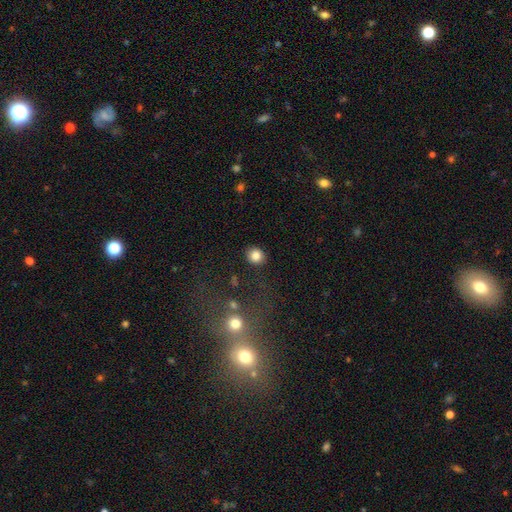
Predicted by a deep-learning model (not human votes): A smooth galaxy with no disk features (84%) that is round (84%). Merging: none (88%).